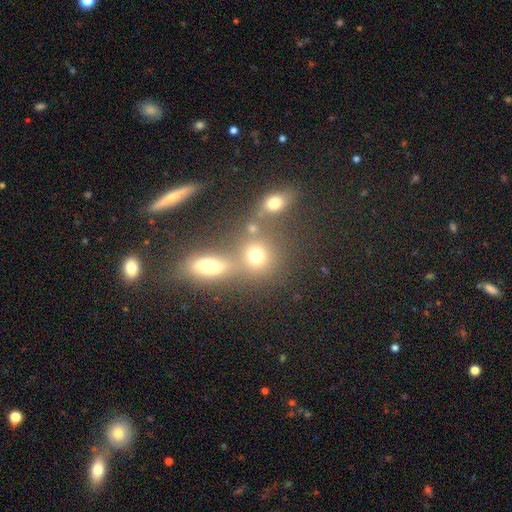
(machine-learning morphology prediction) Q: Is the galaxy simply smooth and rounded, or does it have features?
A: smooth — 74%.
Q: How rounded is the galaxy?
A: round — 77%.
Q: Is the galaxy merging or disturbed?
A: none — 47%.